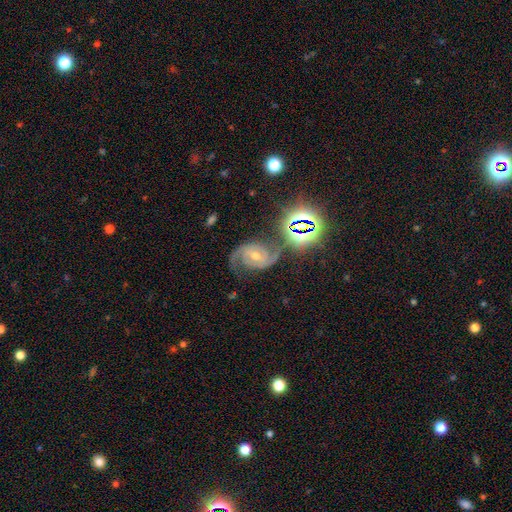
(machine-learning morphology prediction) type=featured or disk (77%); edge-on=no (98%); bar=no (51%); spiral arms=yes (98%); winding=medium (51%); arm count=2 (84%); bulge=moderate (51%); merging=none (68%).